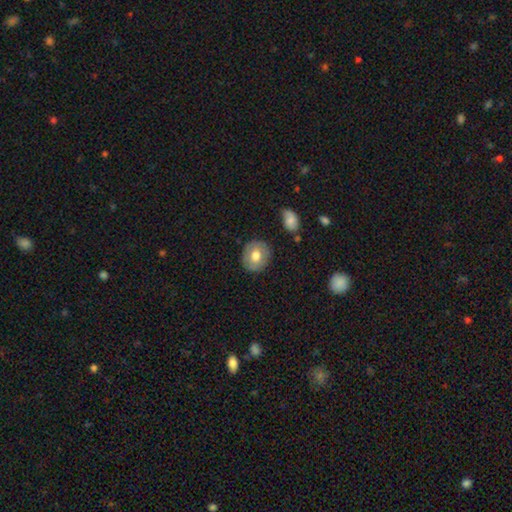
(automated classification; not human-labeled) This is likely a smooth galaxy (66%). How rounded: likely round (79%). Merging: clearly none (83%).